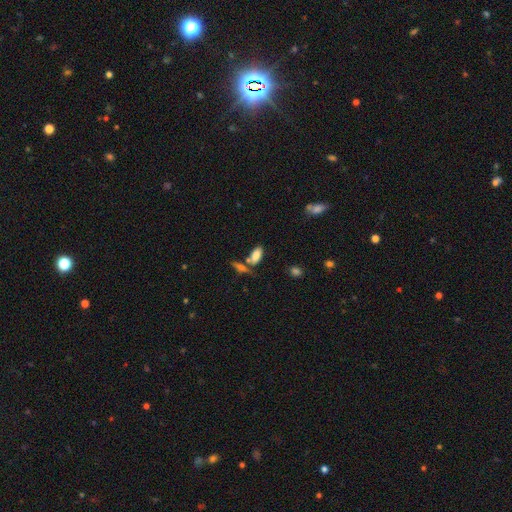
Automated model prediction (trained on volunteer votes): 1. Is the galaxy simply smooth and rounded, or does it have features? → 80% smooth, 11% featured or disk, 9% star or artifact.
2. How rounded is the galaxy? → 88% in between, 9% cigar-shaped, 3% round.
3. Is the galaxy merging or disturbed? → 54% none, 27% merger, 14% minor disturbance, 5% major disturbance.